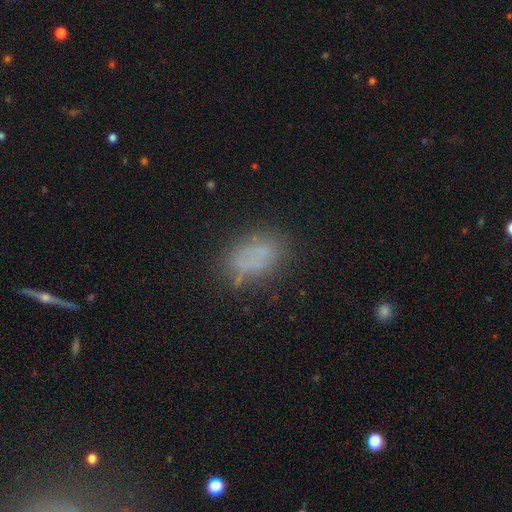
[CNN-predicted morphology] Smooth or featured? Predicted: smooth (p=0.60). How rounded? Predicted: in between (p=0.85). Merging? Predicted: none (p=0.63).